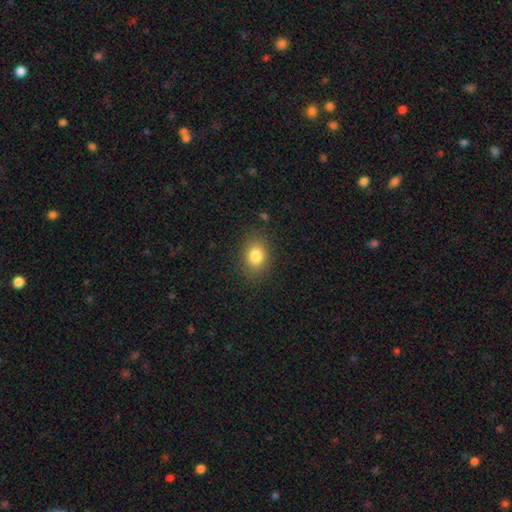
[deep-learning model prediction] Smooth or featured?
  - smooth: 82% *
  - star or artifact: 11%
  - featured or disk: 7%
How rounded?
  - in between: 53% *
  - round: 46%
  - cigar-shaped: 1%
Merging?
  - none: 85% *
  - minor disturbance: 10%
  - major disturbance: 3%
  - merger: 1%